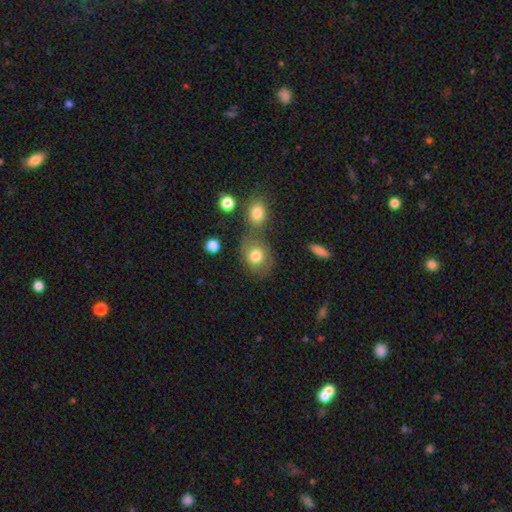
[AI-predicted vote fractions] Overall: smooth (77%). How rounded: round (54%; in between 45%). Merging: none (57%; merger 22%).